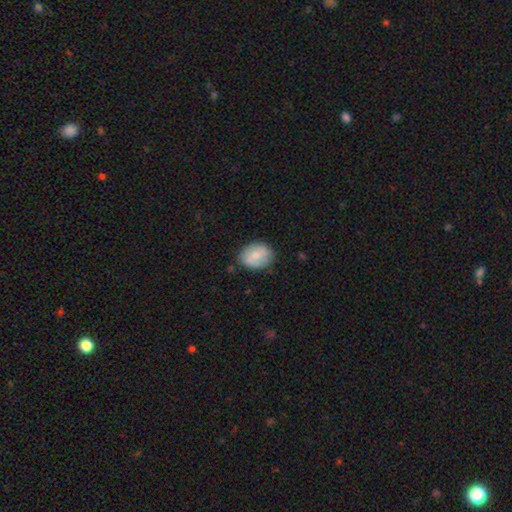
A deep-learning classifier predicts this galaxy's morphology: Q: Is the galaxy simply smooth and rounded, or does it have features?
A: smooth — 69%.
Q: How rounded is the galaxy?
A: in between — 57%.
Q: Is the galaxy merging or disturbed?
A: none — 80%.